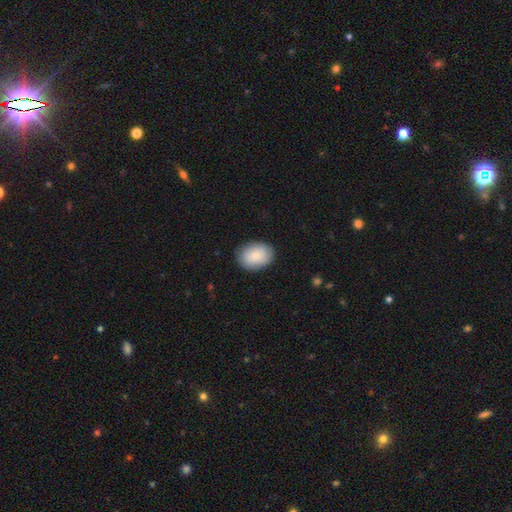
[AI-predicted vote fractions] The model was most divided on "how rounded": in between: 71%, round: 28%, cigar-shaped: 1%. More confident: merging — none (85%); smooth or featured — smooth (84%).